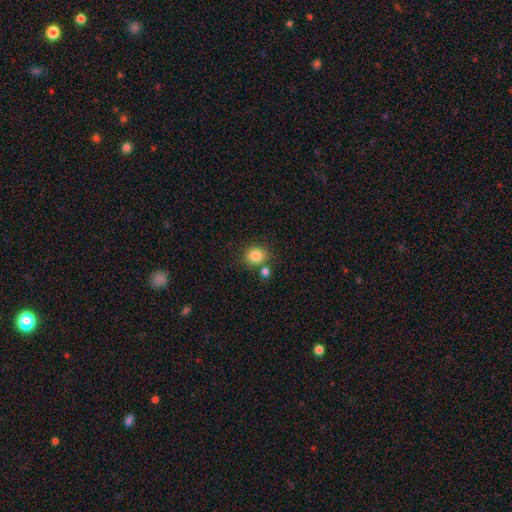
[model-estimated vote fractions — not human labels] Morphology: type=smooth (84%); roundness=round (69%); merging=none (70%).